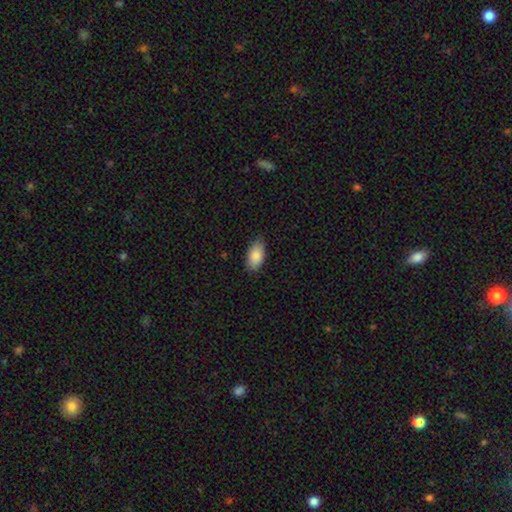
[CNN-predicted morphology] Smooth or featured?
  - smooth: 86% *
  - featured or disk: 8%
  - star or artifact: 6%
How rounded?
  - in between: 94% *
  - round: 3%
  - cigar-shaped: 3%
Merging?
  - none: 80% *
  - minor disturbance: 17%
  - major disturbance: 2%
  - merger: 1%